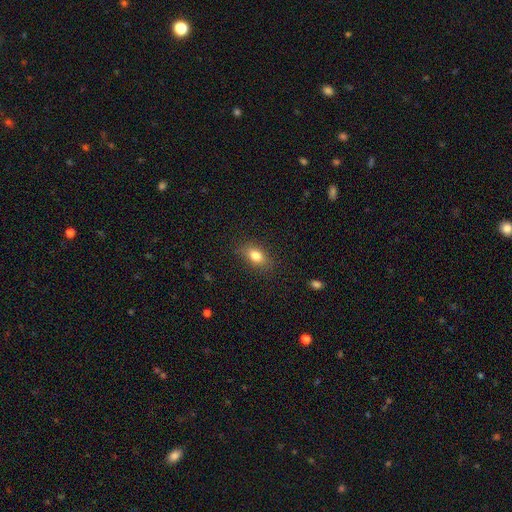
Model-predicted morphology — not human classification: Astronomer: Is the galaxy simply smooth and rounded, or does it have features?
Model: smooth — 80%.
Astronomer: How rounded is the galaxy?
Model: in between — 79%.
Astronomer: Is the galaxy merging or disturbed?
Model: none — 81%.